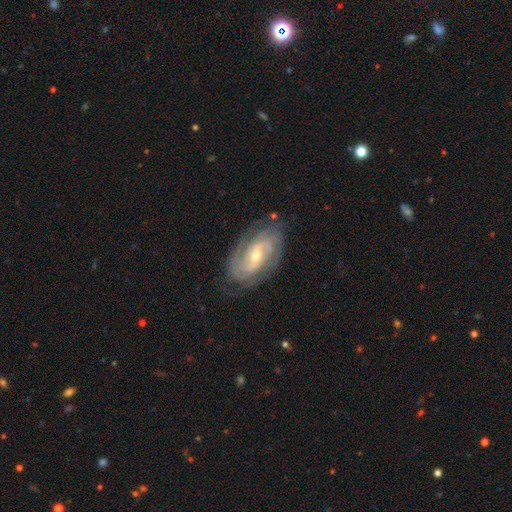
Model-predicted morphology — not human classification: type=featured or disk (88%); edge-on=no (95%); bar=no (42%); spiral arms=yes (96%); winding=tight (63%); arm count=2 (42%); bulge=small (55%); merging=none (76%).